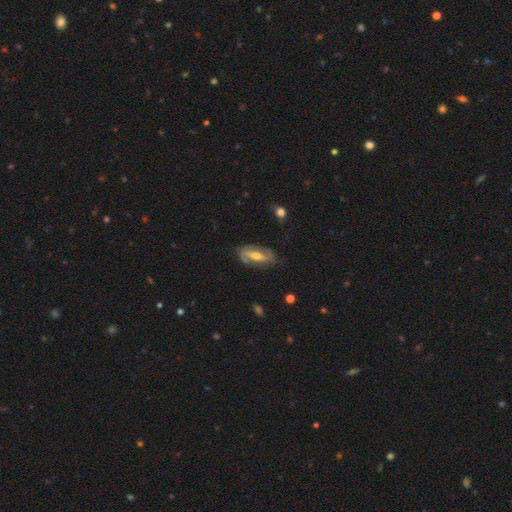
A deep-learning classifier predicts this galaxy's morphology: A featured or disk galaxy (73%) with a strong bar (39%), 2 (82%) medium (41%) spiral arms (86%) and a moderate central bulge (62%).

Vote fractions:
- Smooth or featured? featured or disk: 73% / smooth: 21% / star or artifact: 6%
- Edge-on disk? no: 88% / yes: 12%
- Bar? strong: 39% / weak: 38% / no: 23%
- Spiral arms? yes: 86% / no: 14%
- Spiral winding? medium: 41% / loose: 30% / tight: 29%
- Spiral arm count? 2: 82% / can't tell: 10% / 1: 5% / 3: 1% / 4: 1% / more than 4: 1%
- Bulge size? moderate: 62% / small: 30% / large: 5% / none: 2% / dominant: 1%
- Merging? none: 75% / minor disturbance: 18% / major disturbance: 6% / merger: 2%